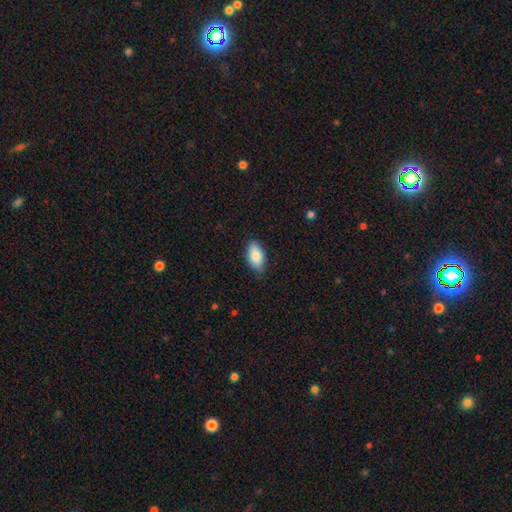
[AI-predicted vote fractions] Smooth or featured: smooth — 83% (featured or disk — 10%)
How rounded: in between — 90% (cigar-shaped — 7%)
Merging: none — 83% (minor disturbance — 14%)